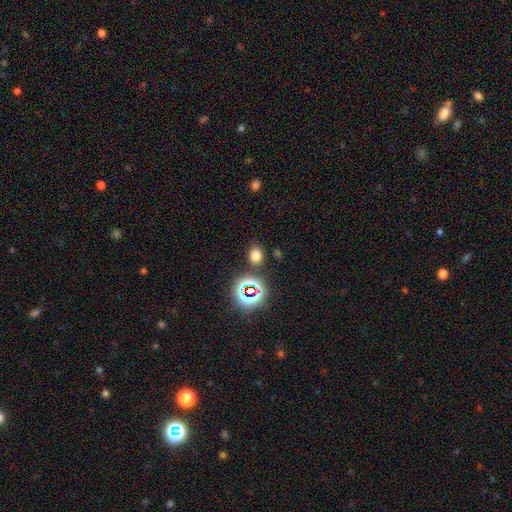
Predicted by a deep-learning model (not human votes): smooth-or-featured: smooth: 70% | star or artifact: 24% | featured or disk: 6%
  how-rounded: in between: 50% | round: 49% | cigar-shaped: 1%
  merging: none: 82% | minor disturbance: 9% | merger: 5% | major disturbance: 4%